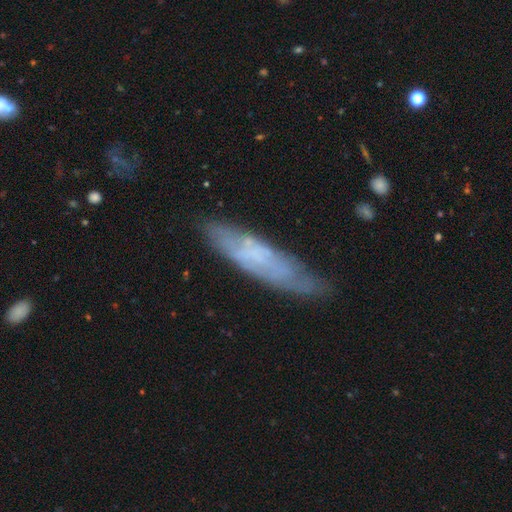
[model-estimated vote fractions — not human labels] featured or disk 50%, smooth 42%, star or artifact 8%. Down the decision tree: edge-on disk — no (54%); merging — none (69%).